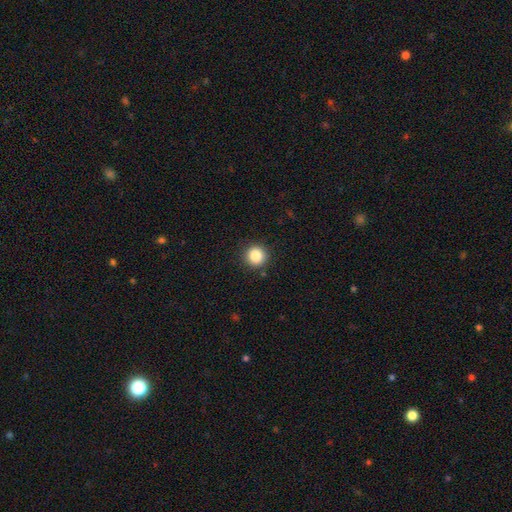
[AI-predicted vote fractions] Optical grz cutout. It shows a smooth galaxy with no disk features (85%) that is round (94%). Merging: none (91%).